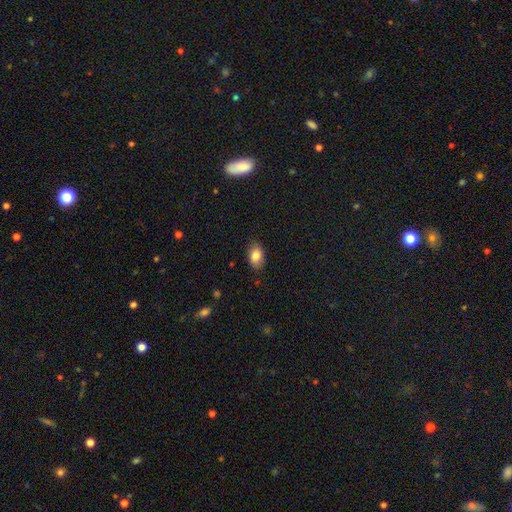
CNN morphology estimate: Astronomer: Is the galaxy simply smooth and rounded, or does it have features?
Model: smooth — 84%.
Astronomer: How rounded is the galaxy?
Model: in between — 86%.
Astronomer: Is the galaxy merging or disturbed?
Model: none — 85%.